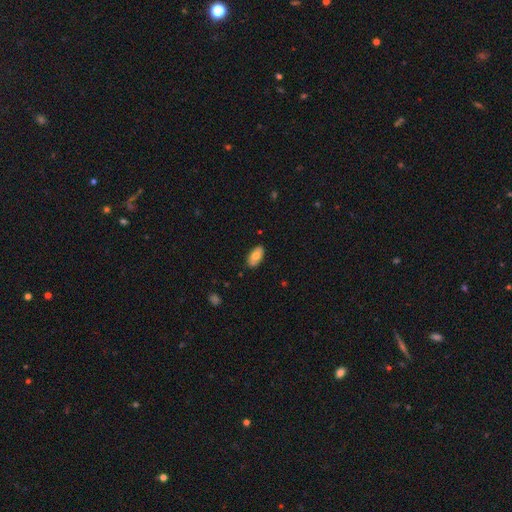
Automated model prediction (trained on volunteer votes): Smooth or featured? Predicted: smooth (p=0.69). How rounded? Predicted: in between (p=0.94). Merging? Predicted: none (p=0.85).